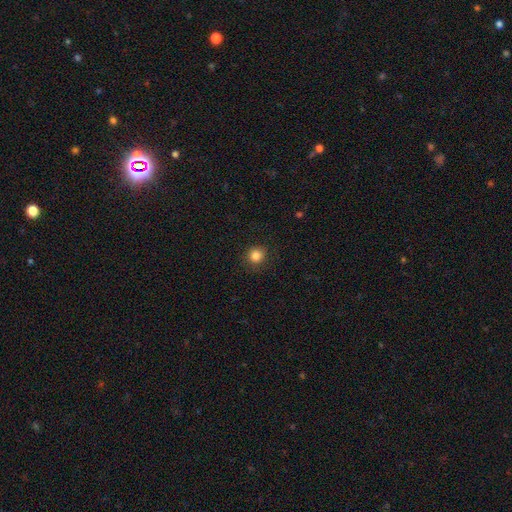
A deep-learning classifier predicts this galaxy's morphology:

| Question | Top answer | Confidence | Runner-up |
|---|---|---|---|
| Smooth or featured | smooth | 84% | star or artifact (12%) |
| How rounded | round | 89% | in between (10%) |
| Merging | none | 87% | minor disturbance (9%) |